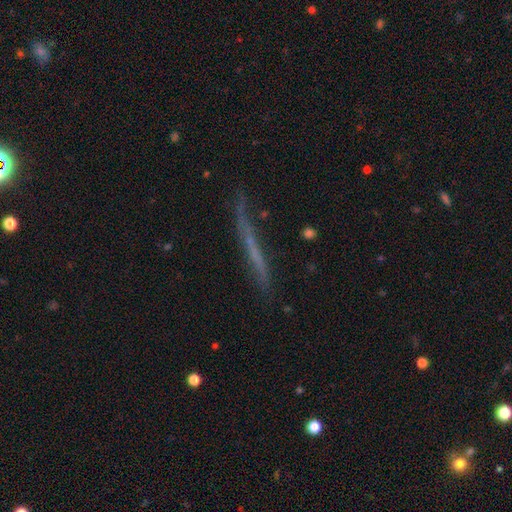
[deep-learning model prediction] A featured or disk galaxy (50%). Merging: none (67%).